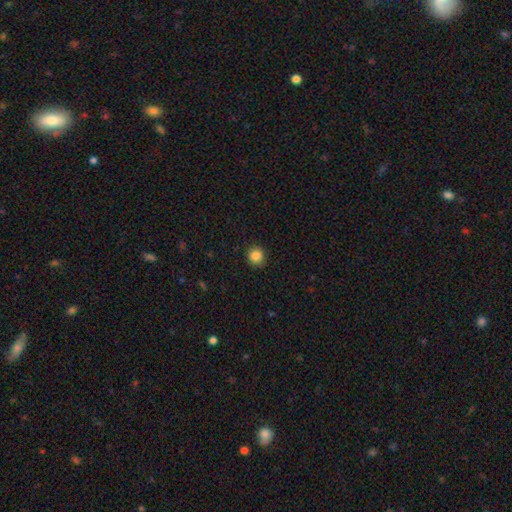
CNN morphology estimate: Overall: smooth (86%). How rounded: round (91%). Merging: none (89%).